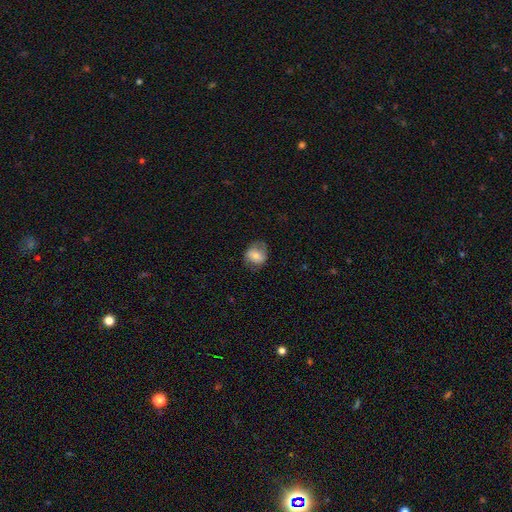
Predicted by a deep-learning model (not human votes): A smooth galaxy with no disk features (61%) that is round (60%). Merging: none (68%).